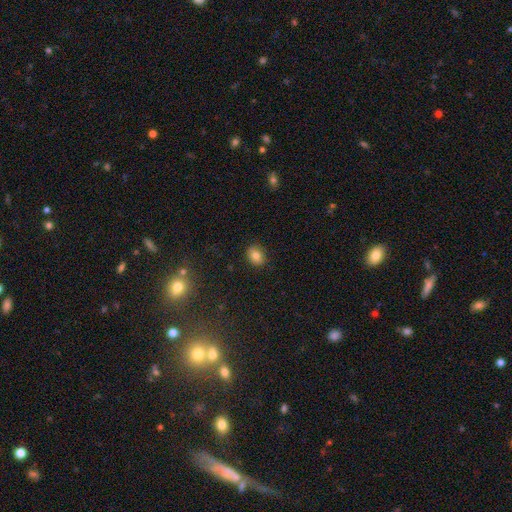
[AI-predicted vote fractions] A smooth galaxy with no disk features (80%) that is in between round and cigar-shaped (62%). Merging: none (87%).